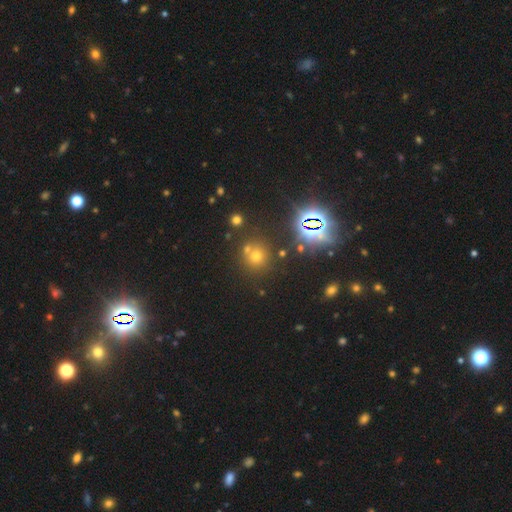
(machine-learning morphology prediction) Smooth or featured: smooth — 47% (star or artifact — 43%)
Merging: none — 66% (merger — 22%)